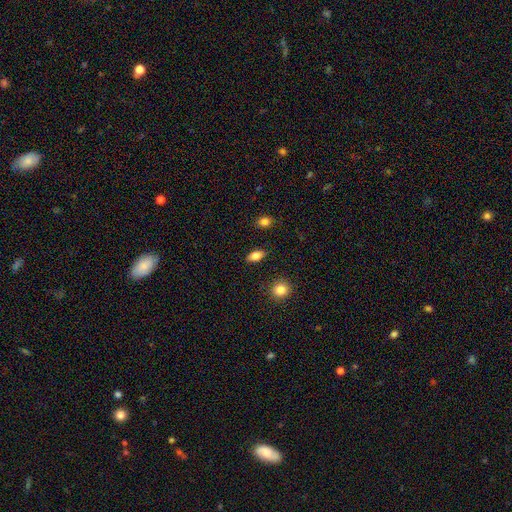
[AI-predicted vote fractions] Q: Smooth or featured?
A: smooth (78%); runner-up: featured or disk (14%)
Q: How rounded?
A: in between (85%); runner-up: cigar-shaped (8%)
Q: Merging?
A: none (88%); runner-up: minor disturbance (9%)